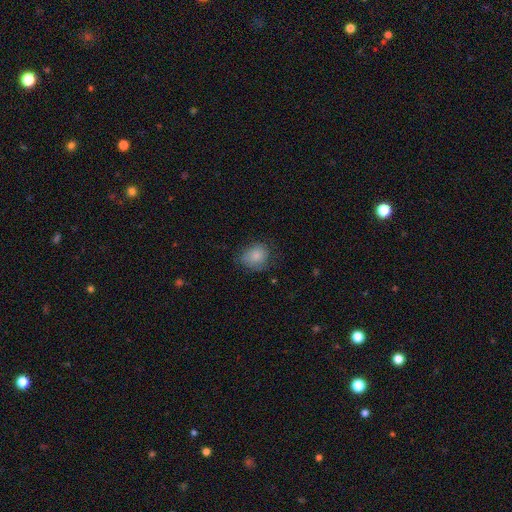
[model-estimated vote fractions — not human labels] Smooth or featured: smooth — 82% (featured or disk — 9%)
How rounded: round — 60% (in between — 39%)
Merging: none — 66% (minor disturbance — 25%)